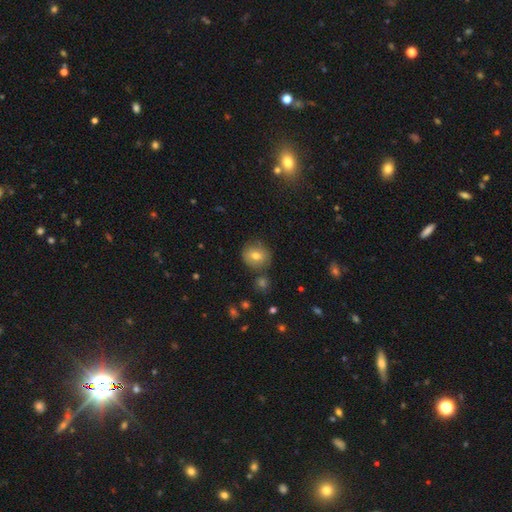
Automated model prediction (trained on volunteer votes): A smooth galaxy with no disk features (72%) that is round (84%). Merging: none (76%).